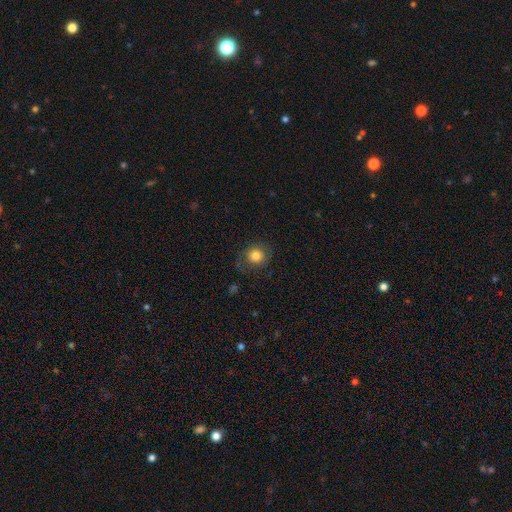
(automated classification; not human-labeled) smooth_or_featured: smooth (p=0.80) [alt: featured or disk p=0.11]
how_rounded: round (p=0.83) [alt: in between p=0.16]
merging: none (p=0.74) [alt: minor disturbance p=0.17]